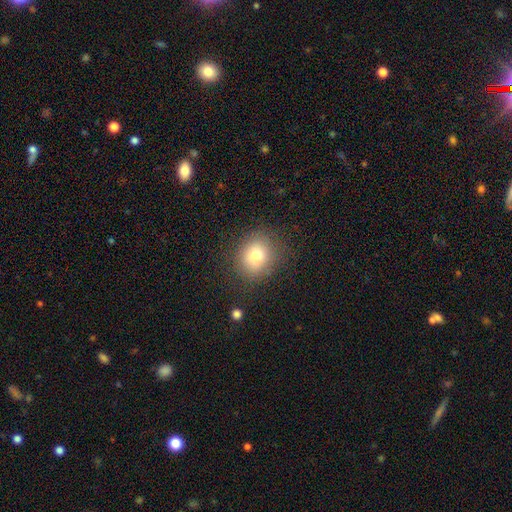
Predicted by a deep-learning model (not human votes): smooth-or-featured: smooth: 77% | star or artifact: 12% | featured or disk: 11%
  how-rounded: round: 77% | in between: 22% | cigar-shaped: 1%
  merging: none: 84% | minor disturbance: 11% | major disturbance: 4% | merger: 2%